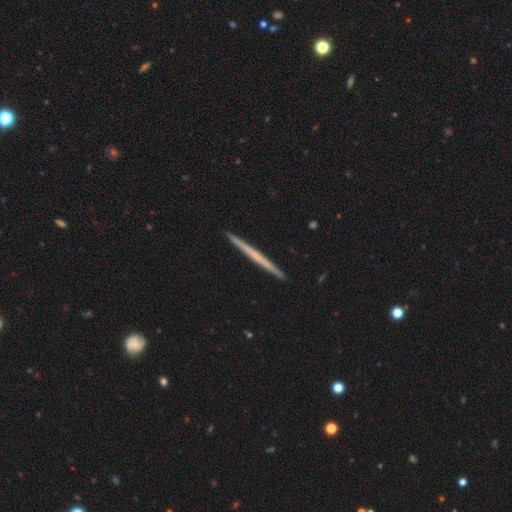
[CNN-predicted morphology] Overall: featured or disk (54%; smooth 41%). Edge-on disk: yes (98%). Edge-on bulge: none (89%). Merging: none (93%).